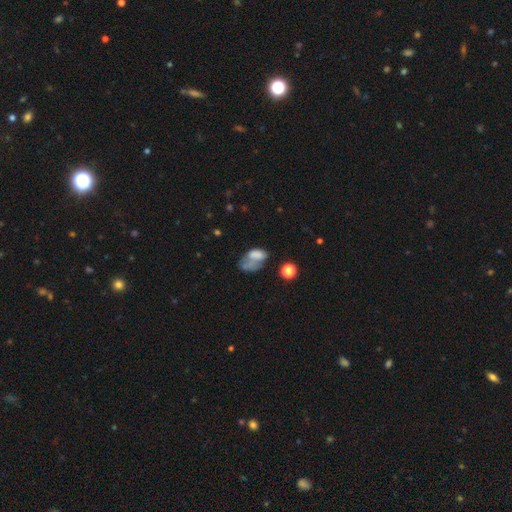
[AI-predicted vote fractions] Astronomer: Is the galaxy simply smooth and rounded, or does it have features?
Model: smooth — 58%.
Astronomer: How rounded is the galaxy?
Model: in between — 86%.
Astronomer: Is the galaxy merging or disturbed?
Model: major disturbance — 32% (runner-up: merger, 26%).